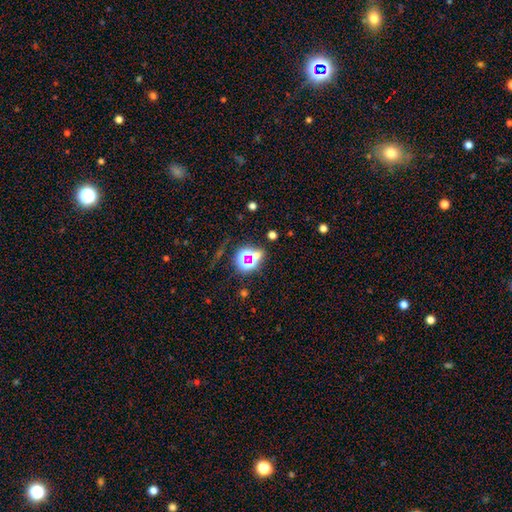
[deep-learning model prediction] The model was most divided on "smooth or featured": star or artifact: 62%, smooth: 28%, featured or disk: 11%.